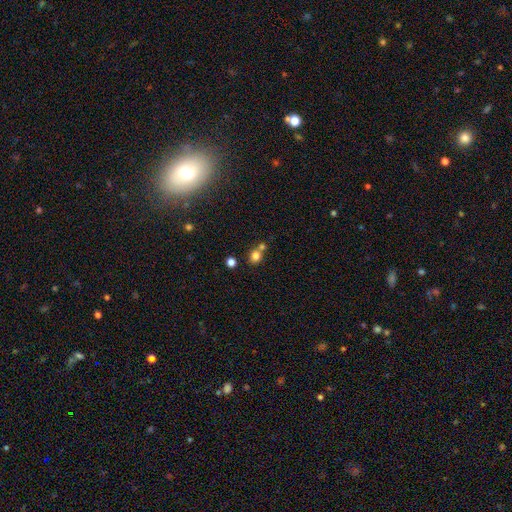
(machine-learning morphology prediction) smooth-or-featured: smooth: 80% | star or artifact: 13% | featured or disk: 7%
  how-rounded: round: 80% | in between: 19% | cigar-shaped: 1%
  merging: none: 56% | merger: 33% | minor disturbance: 8% | major disturbance: 3%